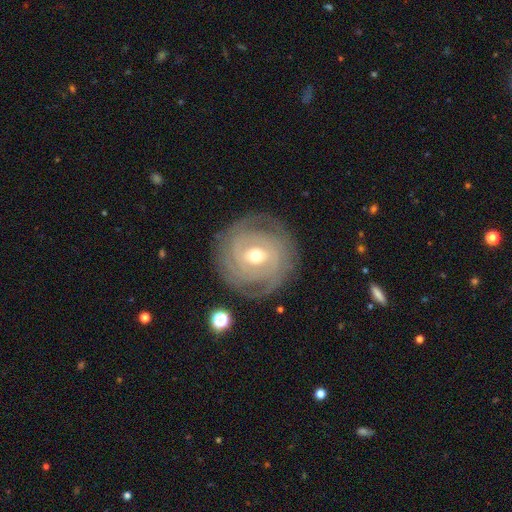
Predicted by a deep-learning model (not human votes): Smooth or featured? Predicted: featured or disk (p=0.83). Edge-on disk? Predicted: no (p=0.97). Bar? Predicted: weak (p=0.48). Spiral arms? Predicted: yes (p=0.94). Spiral winding? Predicted: tight (p=0.79). Spiral arm count? Predicted: can't tell (p=0.31). Bulge size? Predicted: moderate (p=0.65). Merging? Predicted: none (p=0.83).